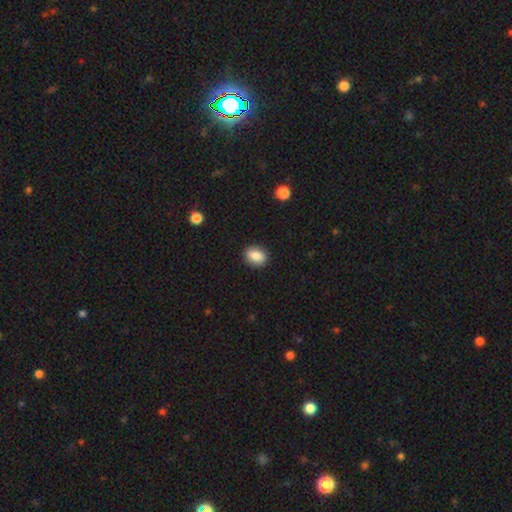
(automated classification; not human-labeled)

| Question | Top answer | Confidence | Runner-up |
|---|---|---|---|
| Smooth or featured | smooth | 84% | star or artifact (8%) |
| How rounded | in between | 56% | round (43%) |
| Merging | none | 88% | minor disturbance (9%) |